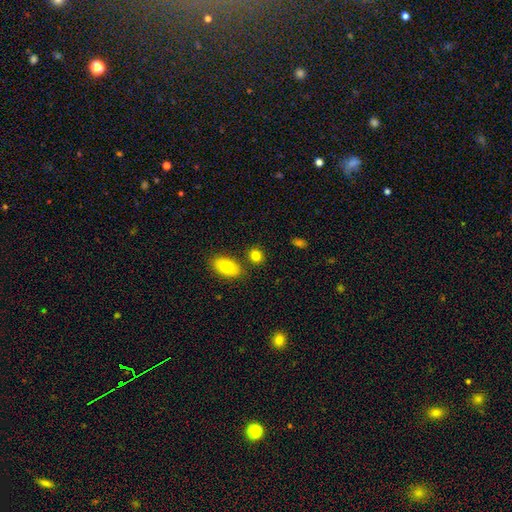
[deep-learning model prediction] A smooth galaxy with no disk features (81%) that is round (51%).

Vote fractions:
- Smooth or featured? smooth: 81% / star or artifact: 10% / featured or disk: 9%
- How rounded? round: 51% / in between: 47% / cigar-shaped: 2%
- Merging? none: 75% / merger: 12% / minor disturbance: 10% / major disturbance: 3%